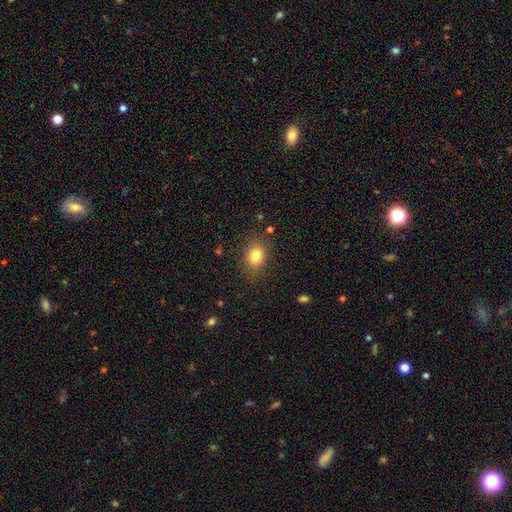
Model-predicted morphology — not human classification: smooth_or_featured: smooth (p=0.81) [alt: star or artifact p=0.11]
how_rounded: in between (p=0.55) [alt: round p=0.43]
merging: none (p=0.82) [alt: minor disturbance p=0.12]